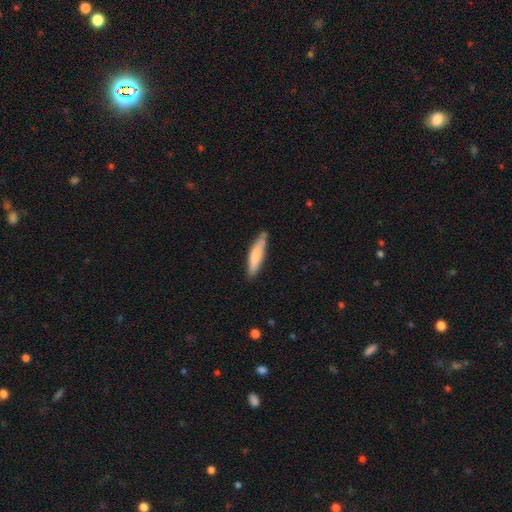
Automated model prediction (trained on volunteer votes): Smooth or featured? Predicted: smooth (p=0.80). How rounded? Predicted: cigar-shaped (p=0.75). Merging? Predicted: none (p=0.75).